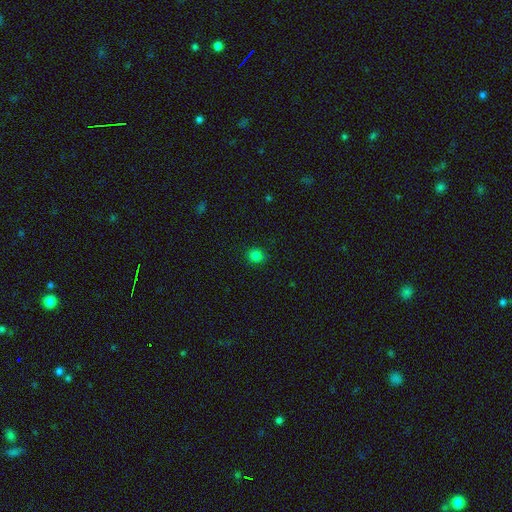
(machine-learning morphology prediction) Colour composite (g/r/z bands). It shows a smooth galaxy with no disk features (80%) that is round (83%). Merging: none (90%).